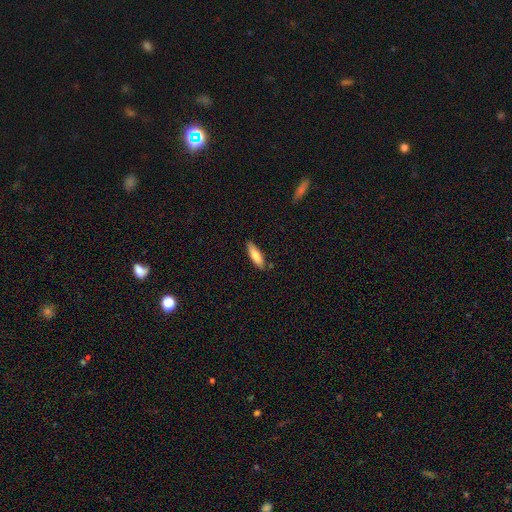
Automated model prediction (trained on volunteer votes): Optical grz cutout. It shows a smooth galaxy with no disk features (78%) that is cigar-shaped (55%). Merging: none (84%).